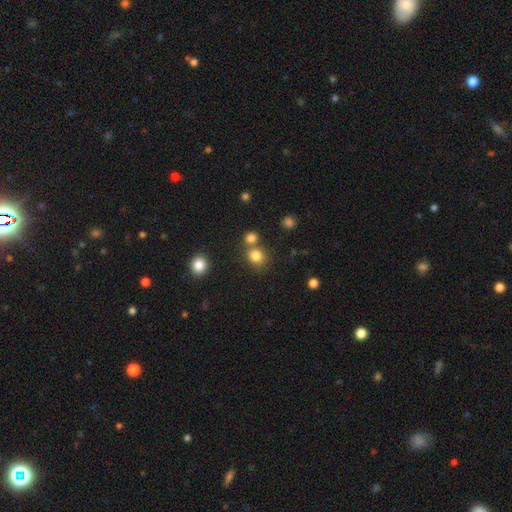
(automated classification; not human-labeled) A smooth galaxy with no disk features (81%) that is round (80%). Merging: none (65%).